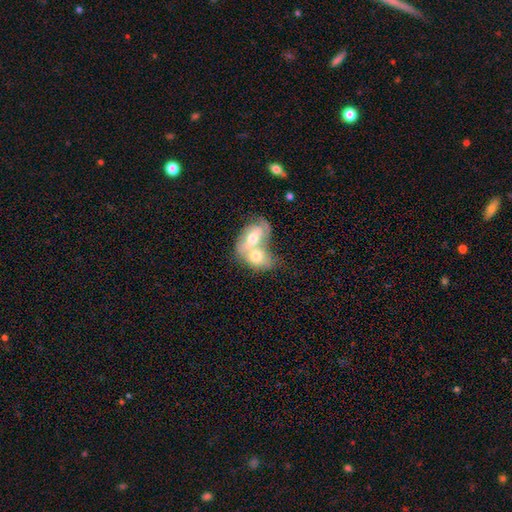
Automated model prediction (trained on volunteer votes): Smooth or featured? Predicted: smooth (p=0.52). How rounded? Predicted: in between (p=0.77). Merging? Predicted: merger (p=0.80).